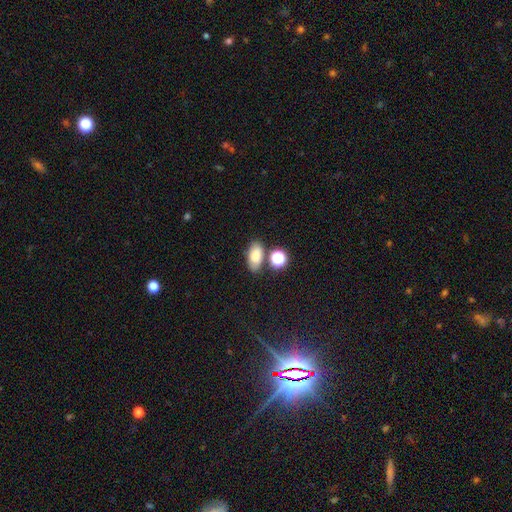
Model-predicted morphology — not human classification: Overall: smooth (78%). How rounded: in between (88%). Merging: none (70%).